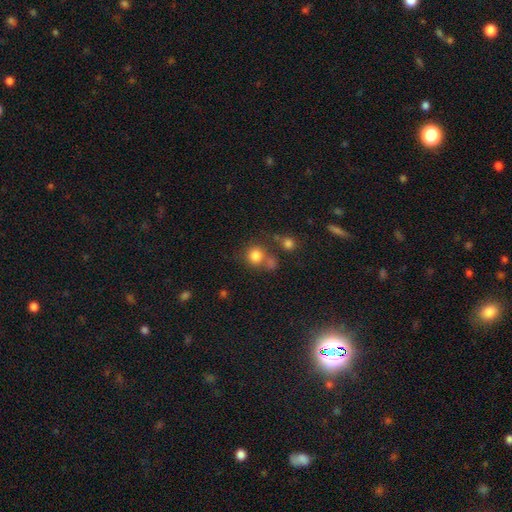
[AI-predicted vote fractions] smooth_or_featured: smooth (p=0.80) [alt: star or artifact p=0.12]
how_rounded: round (p=0.87) [alt: in between p=0.12]
merging: none (p=0.59) [alt: merger p=0.24]